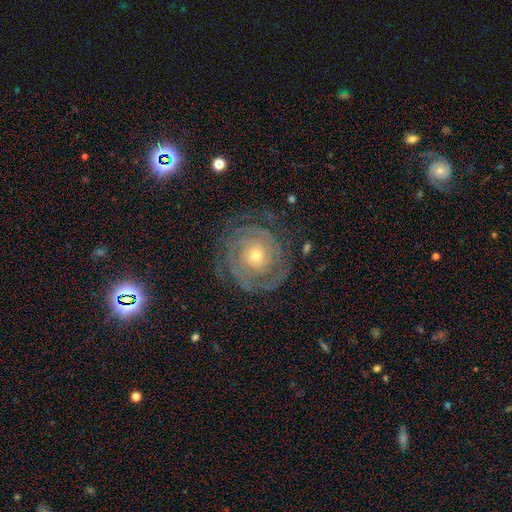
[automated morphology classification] smooth_or_featured: featured or disk (p=0.84) [alt: smooth p=0.10]
disk_edge_on: no (p=0.97) [alt: yes p=0.03]
bar: no (p=0.78) [alt: weak p=0.16]
has_spiral_arms: yes (p=0.94) [alt: no p=0.06]
spiral_winding: tight (p=0.79) [alt: medium p=0.16]
spiral_arm_count: can't tell (p=0.33) [alt: 2 p=0.29]
bulge_size: small (p=0.63) [alt: moderate p=0.32]
merging: none (p=0.75) [alt: minor disturbance p=0.15]